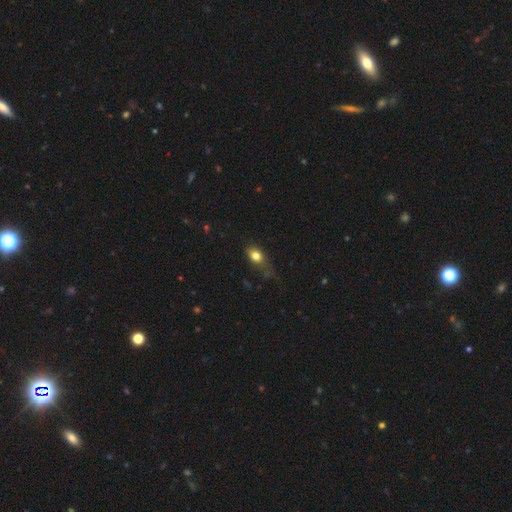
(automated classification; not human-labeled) A smooth galaxy with no disk features (79%) that is in between round and cigar-shaped (73%).

Vote fractions:
- Smooth or featured? smooth: 79% / featured or disk: 10% / star or artifact: 10%
- How rounded? in between: 73% / round: 22% / cigar-shaped: 5%
- Merging? none: 49% / minor disturbance: 32% / major disturbance: 16% / merger: 3%